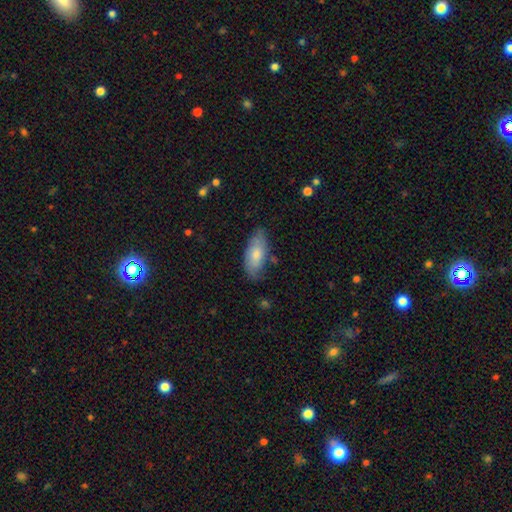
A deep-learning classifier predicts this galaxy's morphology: Smooth or featured? Predicted: smooth (p=0.67). How rounded? Predicted: in between (p=0.84). Merging? Predicted: none (p=0.73).